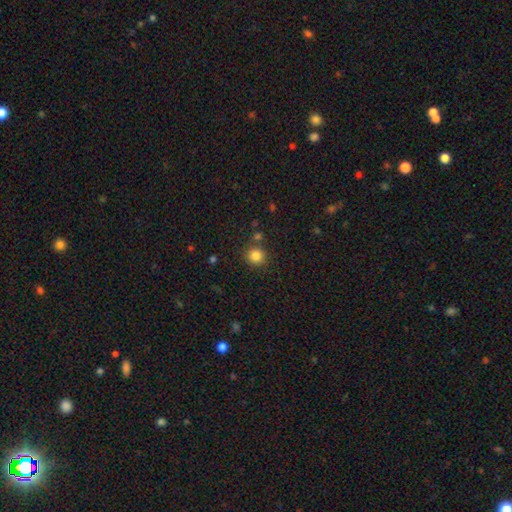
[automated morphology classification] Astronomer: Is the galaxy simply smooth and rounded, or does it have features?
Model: smooth — 83%.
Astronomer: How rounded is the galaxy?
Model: round — 91%.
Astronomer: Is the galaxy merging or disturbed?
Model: none — 82%.